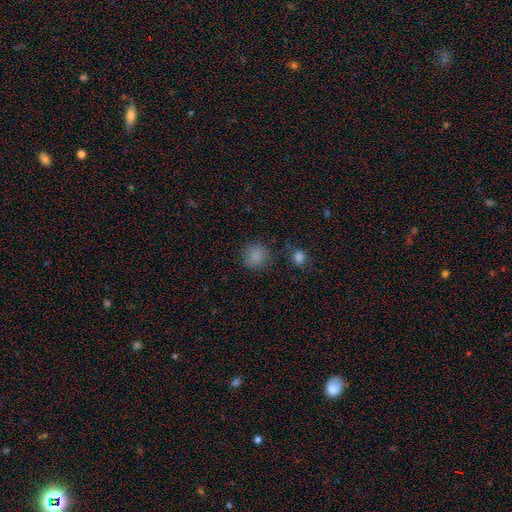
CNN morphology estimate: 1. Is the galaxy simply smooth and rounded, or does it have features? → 85% smooth, 12% star or artifact, 4% featured or disk.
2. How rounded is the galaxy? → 90% round, 9% in between, 1% cigar-shaped.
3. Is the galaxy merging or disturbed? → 82% none, 10% minor disturbance, 5% merger, 4% major disturbance.